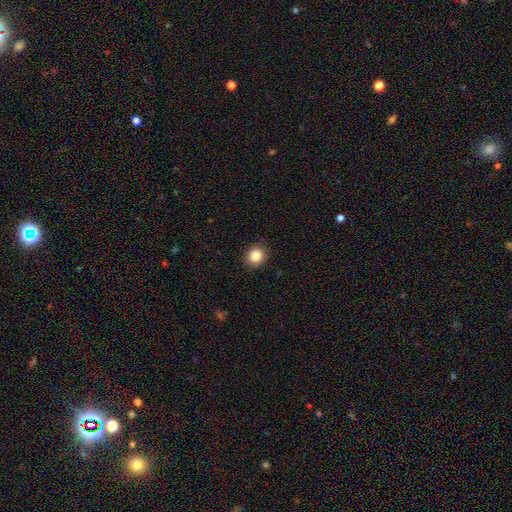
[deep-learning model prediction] Overall: smooth (85%). How rounded: round (76%). Merging: none (89%).